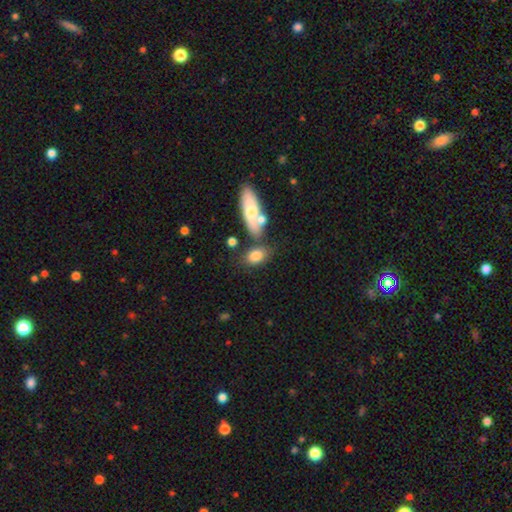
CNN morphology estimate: smooth_or_featured: smooth (p=0.80) [alt: featured or disk p=0.12]
how_rounded: in between (p=0.77) [alt: round p=0.17]
merging: none (p=0.53) [alt: merger p=0.22]